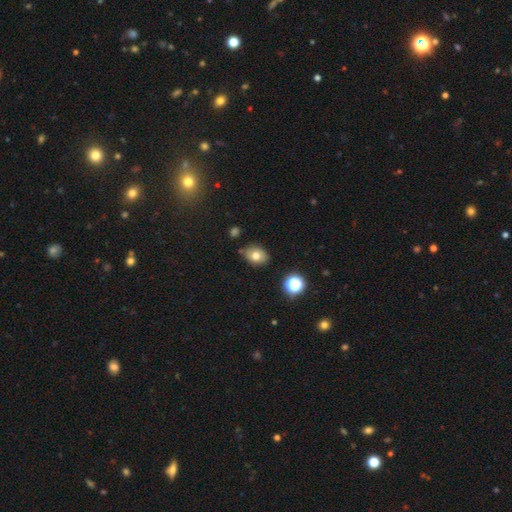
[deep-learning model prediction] smooth_or_featured: smooth (p=0.75) [alt: featured or disk p=0.13]
how_rounded: in between (p=0.62) [alt: round p=0.37]
merging: none (p=0.80) [alt: minor disturbance p=0.14]